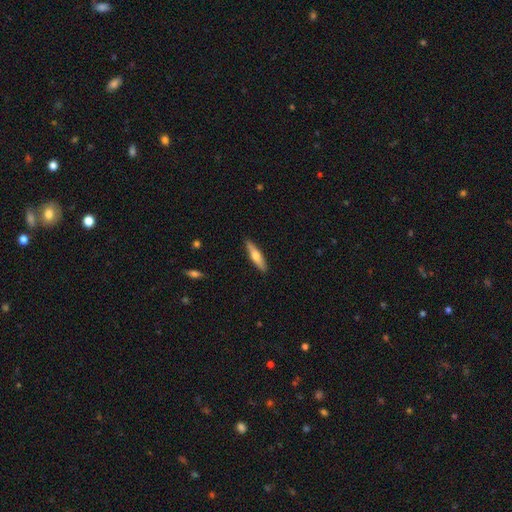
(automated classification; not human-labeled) A smooth galaxy with no disk features (51%) that is cigar-shaped (79%). Merging: none (89%).